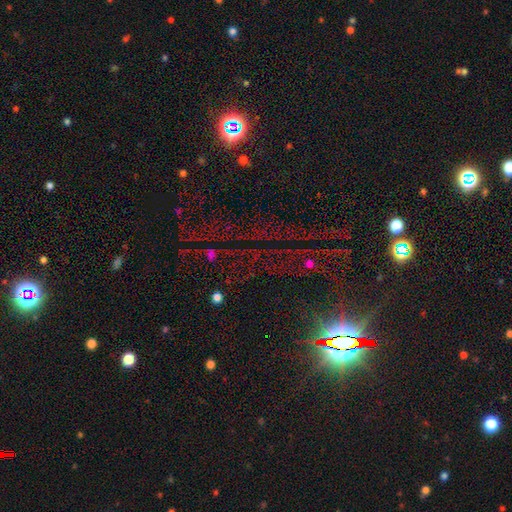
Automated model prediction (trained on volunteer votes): Q: Smooth or featured?
A: star or artifact (71%); runner-up: smooth (18%)